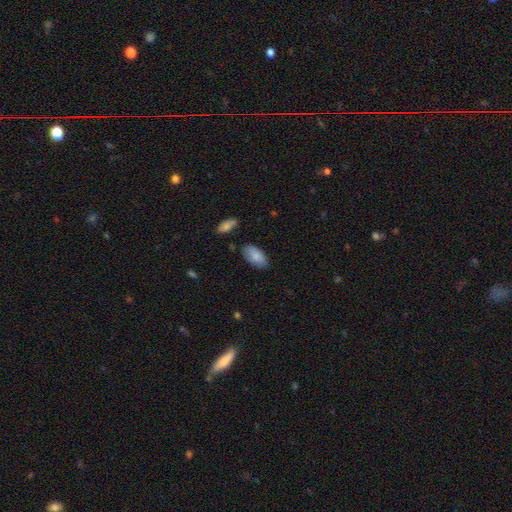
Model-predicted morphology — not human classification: Smooth or featured? Predicted: smooth (p=0.84). How rounded? Predicted: in between (p=0.94). Merging? Predicted: none (p=0.78).